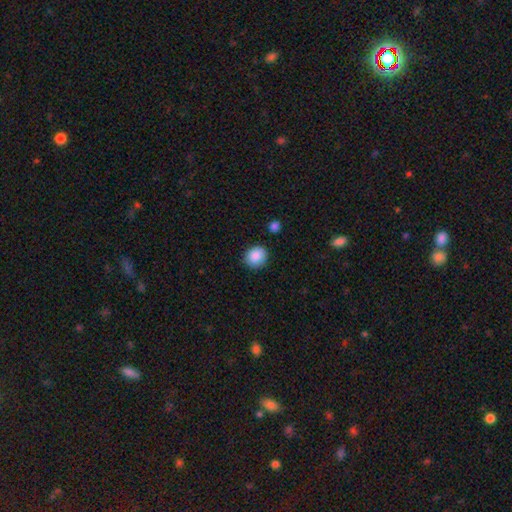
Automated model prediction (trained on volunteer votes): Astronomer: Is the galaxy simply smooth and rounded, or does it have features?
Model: smooth — 88%.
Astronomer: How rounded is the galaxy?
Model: round — 79%.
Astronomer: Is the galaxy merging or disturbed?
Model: none — 87%.